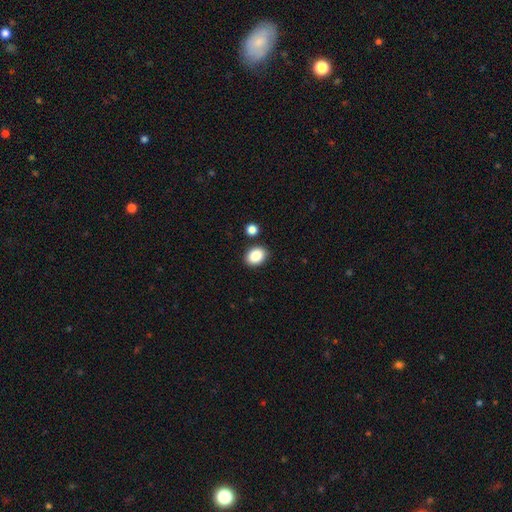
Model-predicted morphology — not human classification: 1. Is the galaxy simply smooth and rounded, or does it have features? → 87% smooth, 8% star or artifact, 4% featured or disk.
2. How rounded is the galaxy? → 64% in between, 35% round, 1% cigar-shaped.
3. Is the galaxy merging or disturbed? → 84% none, 9% minor disturbance, 5% merger, 2% major disturbance.